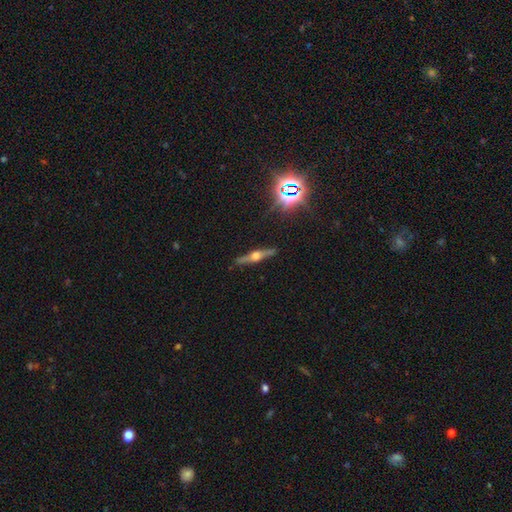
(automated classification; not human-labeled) Q: Smooth or featured?
A: featured or disk (73%); runner-up: smooth (16%)
Q: Edge-on disk?
A: yes (97%); runner-up: no (3%)
Q: Edge-on bulge?
A: rounded (90%); runner-up: boxy (8%)
Q: Merging?
A: none (88%); runner-up: minor disturbance (8%)